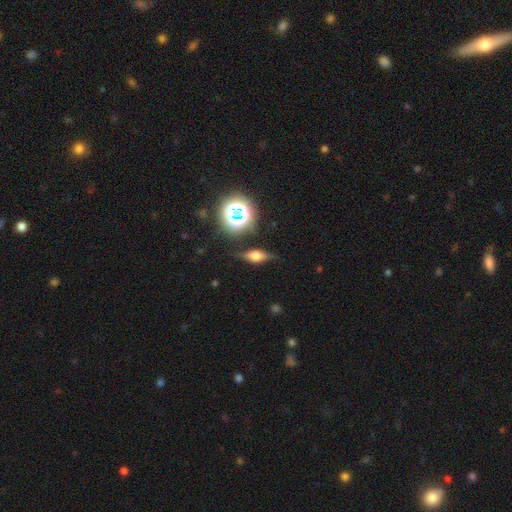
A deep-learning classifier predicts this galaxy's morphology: This is marginally a smooth galaxy (45%). Merging: likely none (74%).